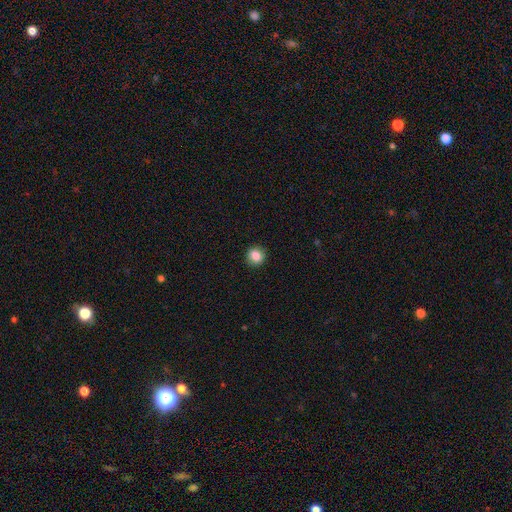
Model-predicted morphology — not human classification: A smooth galaxy with no disk features (85%) that is round (84%).

Vote fractions:
- Smooth or featured? smooth: 85% / star or artifact: 9% / featured or disk: 6%
- How rounded? round: 84% / in between: 15% / cigar-shaped: 1%
- Merging? none: 90% / minor disturbance: 7% / major disturbance: 2% / merger: 1%